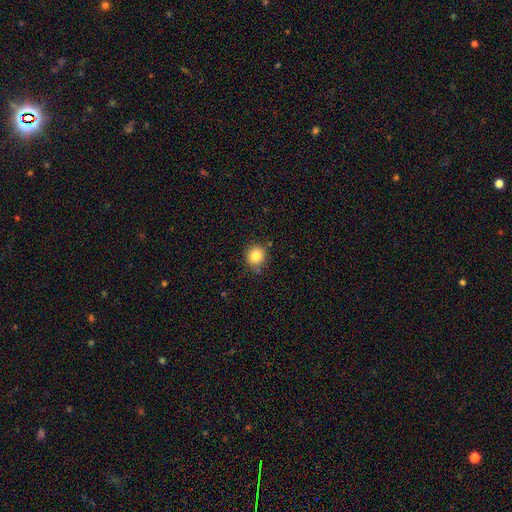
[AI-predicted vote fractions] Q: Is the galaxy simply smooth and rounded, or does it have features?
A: smooth — 83%.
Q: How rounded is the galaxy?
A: round — 88%.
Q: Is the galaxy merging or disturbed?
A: none — 82%.